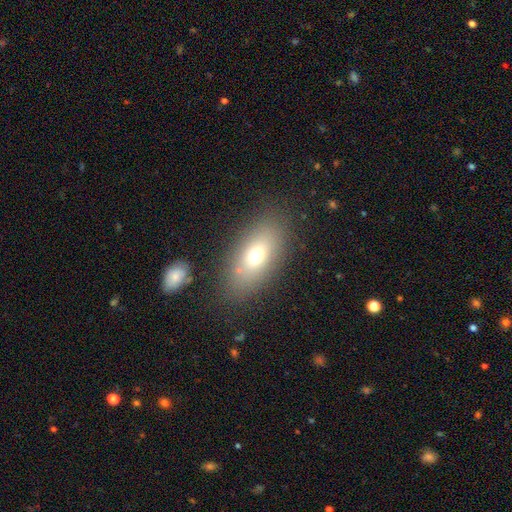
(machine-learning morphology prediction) Overall: smooth (68%). How rounded: in between (84%). Merging: none (79%).